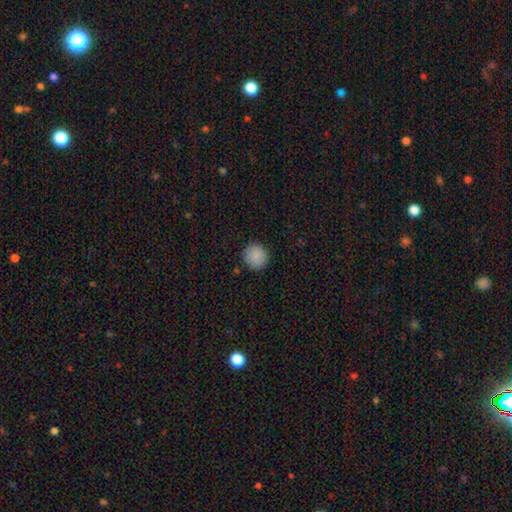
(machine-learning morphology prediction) A smooth galaxy with no disk features (88%) that is round (94%). Merging: none (91%).